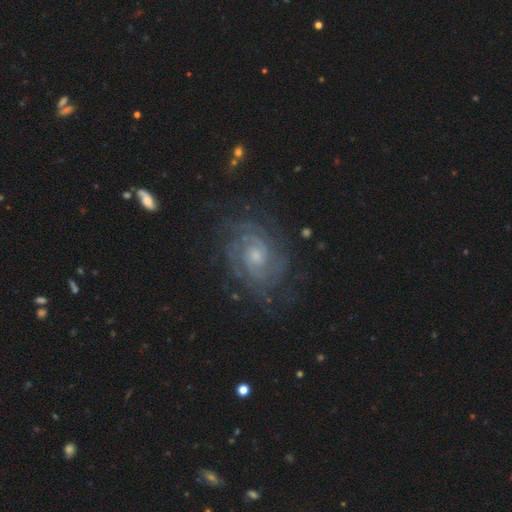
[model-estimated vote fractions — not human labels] A featured or disk galaxy (86%) with no bar (68%), tight (70%) spiral arms (97%) and a small central bulge (48%).

Vote fractions:
- Smooth or featured? featured or disk: 86% / star or artifact: 7% / smooth: 6%
- Edge-on disk? no: 97% / yes: 3%
- Bar? no: 68% / weak: 27% / strong: 5%
- Spiral arms? yes: 97% / no: 3%
- Spiral winding? tight: 70% / medium: 25% / loose: 5%
- Spiral arm count? can't tell: 29% / 2: 28% / 3: 17% / 4: 12% / more than 4: 8% / 1: 6%
- Bulge size? small: 48% / moderate: 44% / large: 4% / none: 4% / dominant: 1%
- Merging? none: 78% / minor disturbance: 14% / major disturbance: 7% / merger: 1%